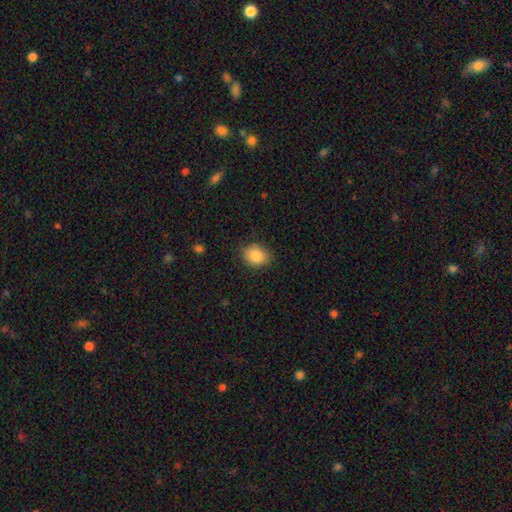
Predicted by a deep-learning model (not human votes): Smooth or featured?
  - smooth: 86% *
  - star or artifact: 8%
  - featured or disk: 6%
How rounded?
  - in between: 59% *
  - round: 40%
  - cigar-shaped: 1%
Merging?
  - none: 83% *
  - minor disturbance: 13%
  - major disturbance: 3%
  - merger: 1%